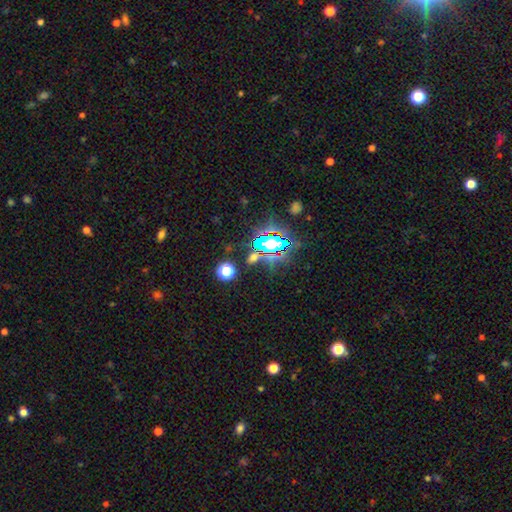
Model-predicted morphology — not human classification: Smooth or featured? star or artifact (74%)